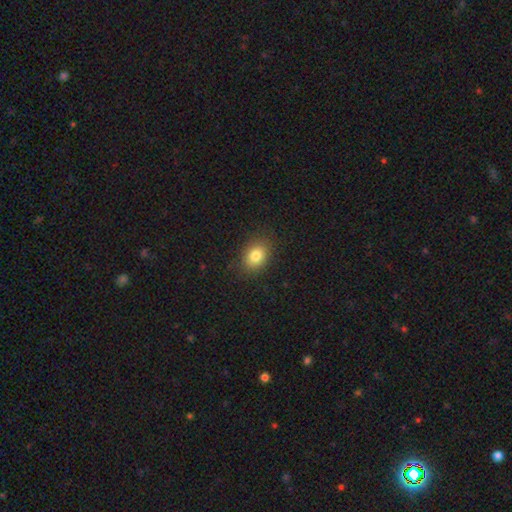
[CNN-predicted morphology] This appears to be a smooth galaxy with no disk features (83%) that is in between round and cigar-shaped (67%). Merging: none (85%).